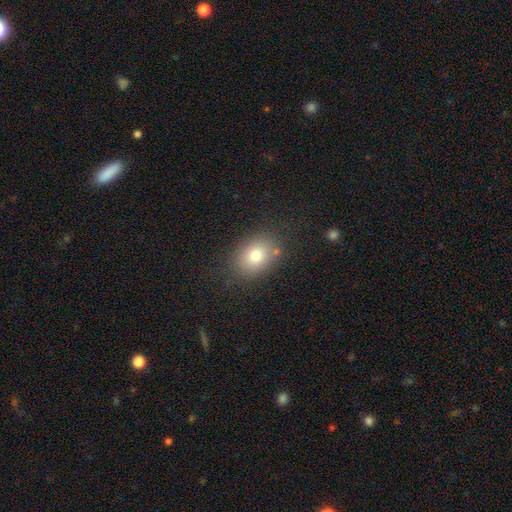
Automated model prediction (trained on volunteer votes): A smooth galaxy with no disk features (78%) that is in between round and cigar-shaped (58%).

Vote fractions:
- Smooth or featured? smooth: 78% / star or artifact: 11% / featured or disk: 11%
- How rounded? in between: 58% / round: 41% / cigar-shaped: 1%
- Merging? none: 79% / minor disturbance: 13% / major disturbance: 4% / merger: 3%